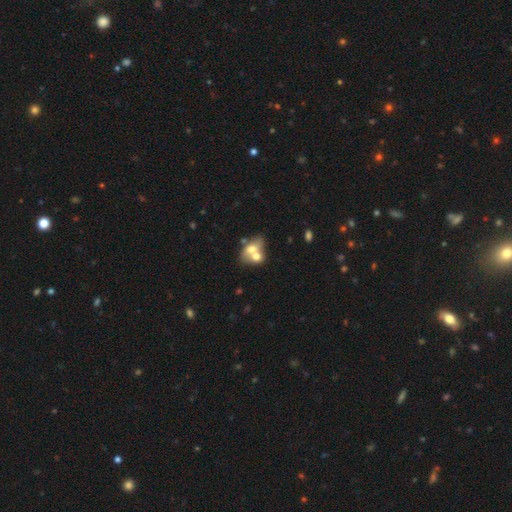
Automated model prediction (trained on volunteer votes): Smooth or featured: smooth — 60% (featured or disk — 31%)
How rounded: in between — 65% (round — 33%)
Merging: merger — 64% (none — 24%)